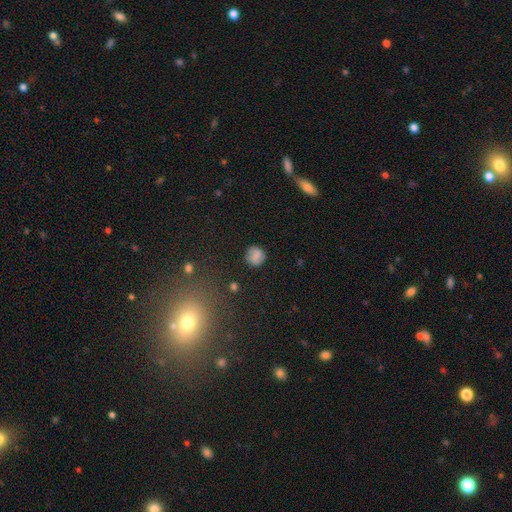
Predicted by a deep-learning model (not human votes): smooth 74%, featured or disk 15%, star or artifact 11%. Down the decision tree: how rounded — round (83%); merging — none (77%).